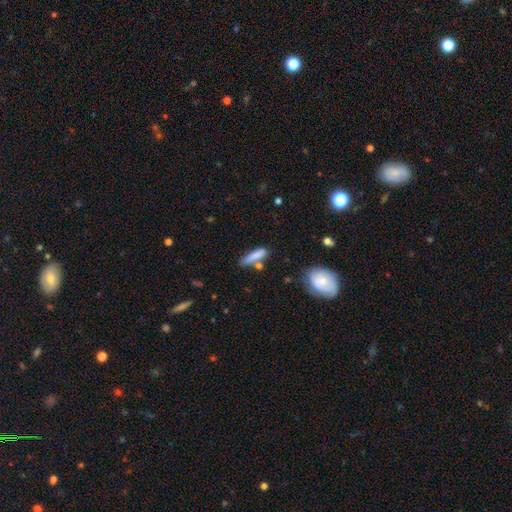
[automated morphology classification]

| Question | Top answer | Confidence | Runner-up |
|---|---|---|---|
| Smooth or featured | smooth | 79% | featured or disk (14%) |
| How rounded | cigar-shaped | 72% | in between (26%) |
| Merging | none | 59% | minor disturbance (20%) |